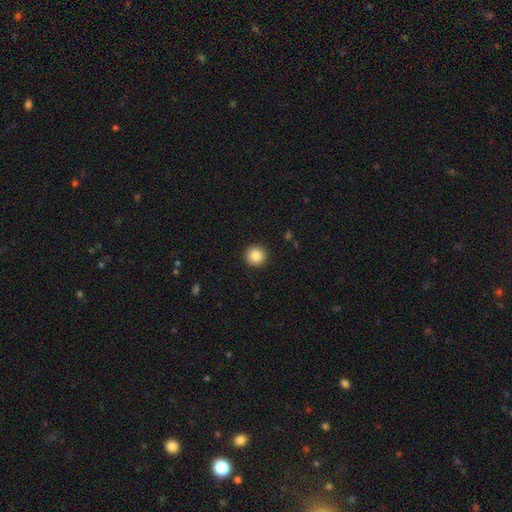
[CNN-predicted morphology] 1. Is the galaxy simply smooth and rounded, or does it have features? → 87% smooth, 9% star or artifact, 4% featured or disk.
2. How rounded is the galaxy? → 94% round, 5% in between, 1% cigar-shaped.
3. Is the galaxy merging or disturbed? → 92% none, 5% minor disturbance, 2% major disturbance, 1% merger.